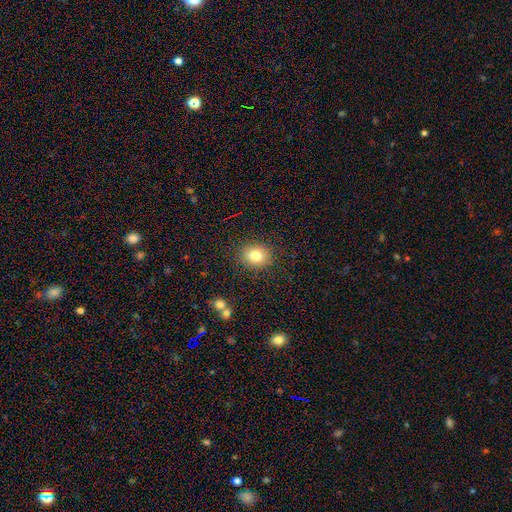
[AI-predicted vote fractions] Q: Smooth or featured?
A: smooth (80%); runner-up: star or artifact (11%)
Q: How rounded?
A: round (61%); runner-up: in between (38%)
Q: Merging?
A: none (87%); runner-up: minor disturbance (9%)